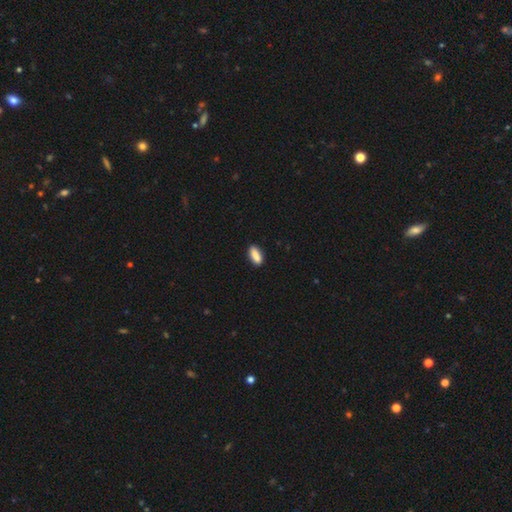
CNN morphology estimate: This appears to be a smooth galaxy with no disk features (89%) that is in between round and cigar-shaped (77%). Merging: none (87%).